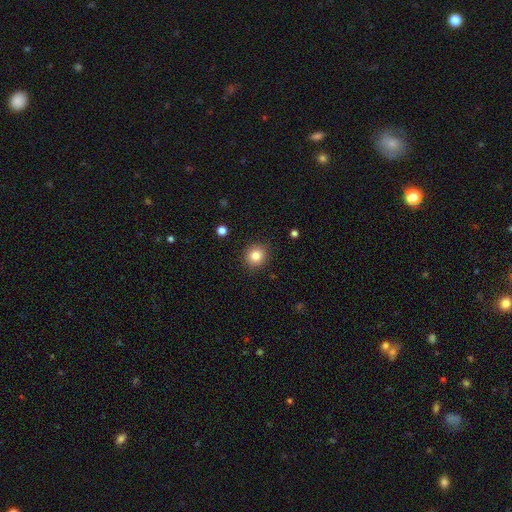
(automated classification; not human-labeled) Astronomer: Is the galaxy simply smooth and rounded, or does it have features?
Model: smooth — 84%.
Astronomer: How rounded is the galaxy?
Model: round — 89%.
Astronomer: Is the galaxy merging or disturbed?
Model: none — 90%.